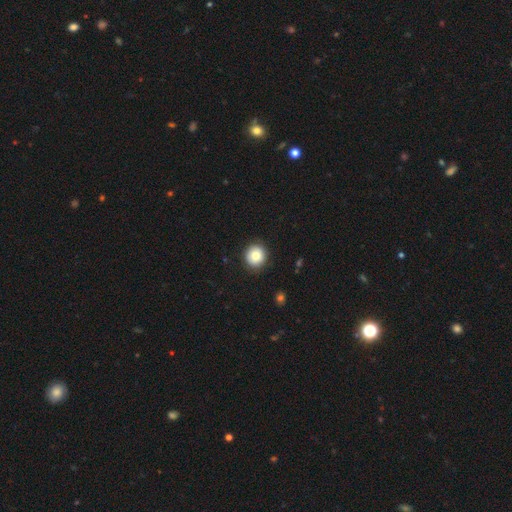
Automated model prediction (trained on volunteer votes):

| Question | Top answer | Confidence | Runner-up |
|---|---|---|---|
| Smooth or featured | smooth | 80% | featured or disk (11%) |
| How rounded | round | 91% | in between (8%) |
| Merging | none | 89% | minor disturbance (8%) |